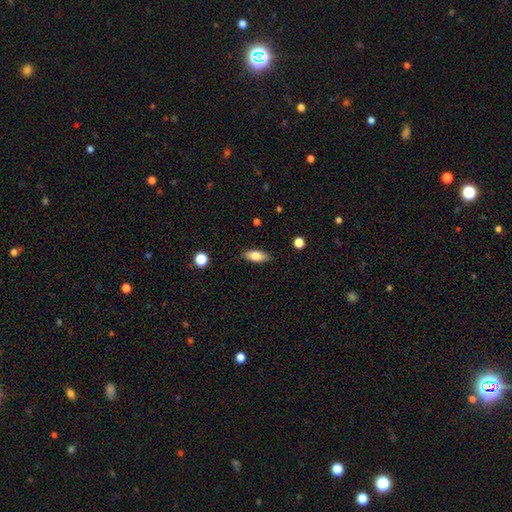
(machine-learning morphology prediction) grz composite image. It shows a smooth galaxy with no disk features (79%) that is in between round and cigar-shaped (81%). Merging: none (87%).